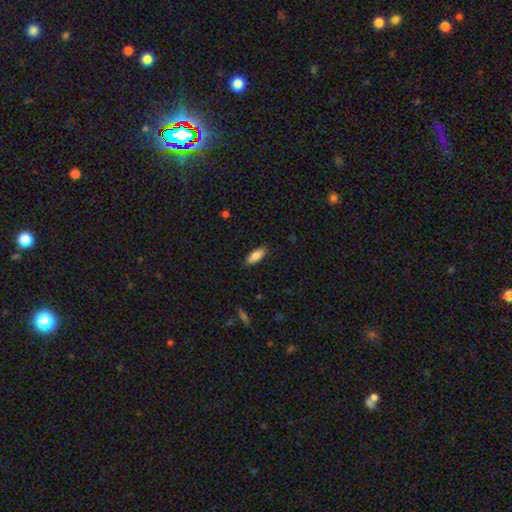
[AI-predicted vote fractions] Overall: smooth (85%). How rounded: in between (71%). Merging: none (86%).